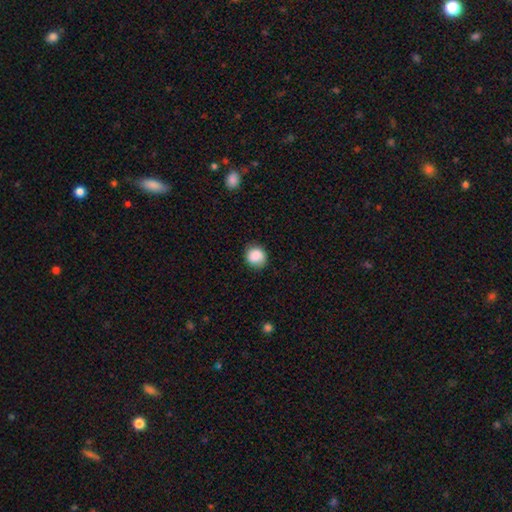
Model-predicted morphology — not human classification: Overall: smooth (86%). How rounded: round (86%). Merging: none (82%).